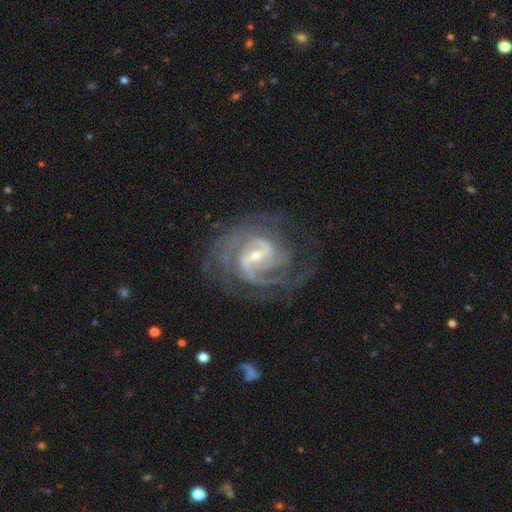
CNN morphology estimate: Q: Smooth or featured?
A: featured or disk (91%); runner-up: star or artifact (5%)
Q: Edge-on disk?
A: no (98%); runner-up: yes (2%)
Q: Bar?
A: weak (48%); runner-up: strong (36%)
Q: Spiral arms?
A: yes (98%); runner-up: no (2%)
Q: Spiral winding?
A: medium (45%); tied with: tight (45%)
Q: Spiral arm count?
A: 2 (38%); runner-up: 3 (24%)
Q: Bulge size?
A: small (66%); runner-up: moderate (30%)
Q: Merging?
A: none (68%); runner-up: minor disturbance (17%)